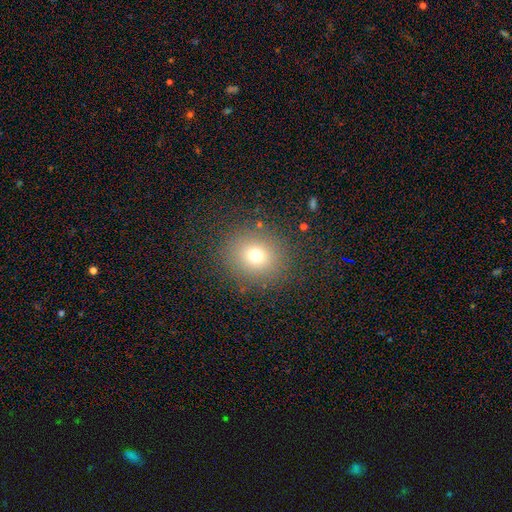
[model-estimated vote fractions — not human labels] A smooth galaxy with no disk features (71%) that is round (85%). Merging: none (87%).